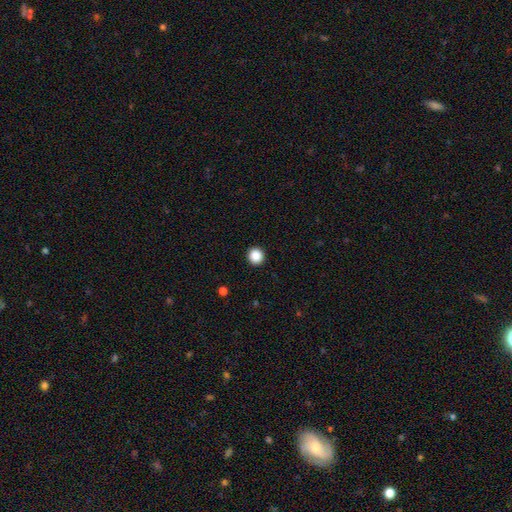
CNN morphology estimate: Smooth or featured? Predicted: smooth (p=0.88). How rounded? Predicted: round (p=0.93). Merging? Predicted: none (p=0.93).